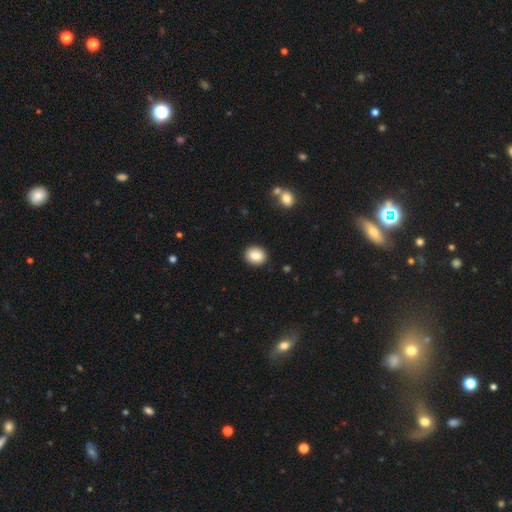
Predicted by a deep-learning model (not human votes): smooth_or_featured: smooth (p=0.86) [alt: star or artifact p=0.08]
how_rounded: round (p=0.61) [alt: in between p=0.38]
merging: none (p=0.91) [alt: minor disturbance p=0.06]